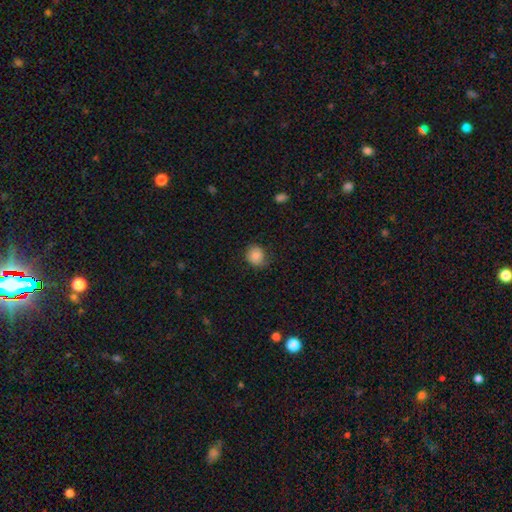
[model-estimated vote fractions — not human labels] Q: Smooth or featured?
A: smooth (84%); runner-up: star or artifact (8%)
Q: How rounded?
A: round (71%); runner-up: in between (28%)
Q: Merging?
A: none (74%); runner-up: minor disturbance (20%)